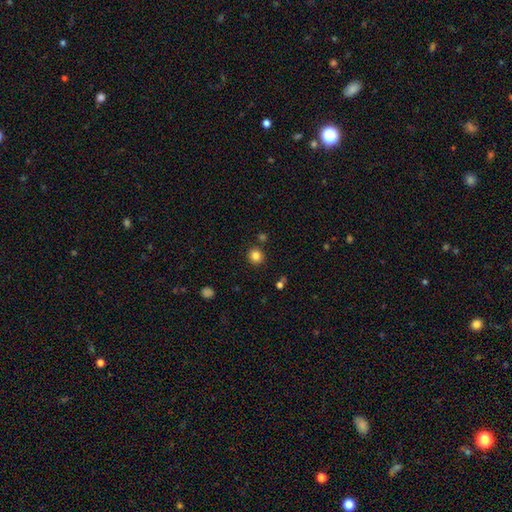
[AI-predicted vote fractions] smooth 83%, star or artifact 12%, featured or disk 5%. Down the decision tree: how rounded — round (92%); merging — none (88%).